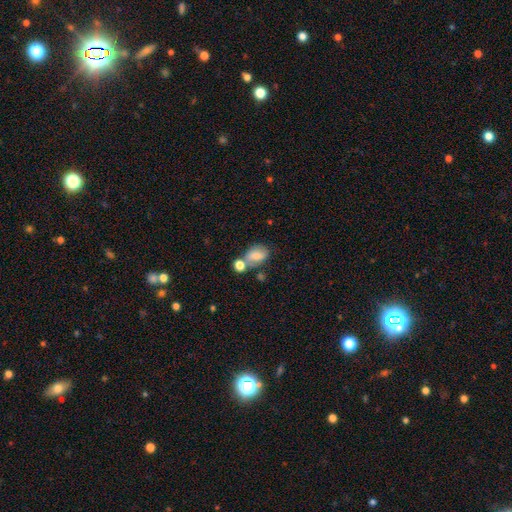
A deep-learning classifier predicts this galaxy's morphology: Q: Smooth or featured?
A: smooth (74%); runner-up: featured or disk (16%)
Q: How rounded?
A: in between (75%); runner-up: round (23%)
Q: Merging?
A: none (42%); runner-up: merger (33%)